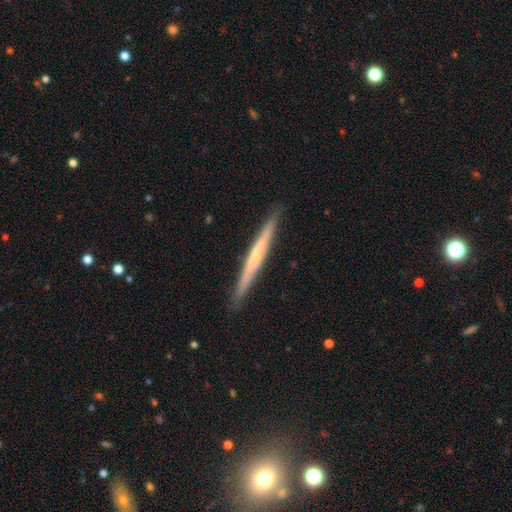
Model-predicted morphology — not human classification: smooth-or-featured: featured or disk: 64% | smooth: 30% | star or artifact: 6%
  disk-edge-on: yes: 97% | no: 3%
    edge-on-bulge: none: 53% | rounded: 41% | boxy: 6%
  merging: none: 91% | minor disturbance: 7% | major disturbance: 1% | merger: 1%